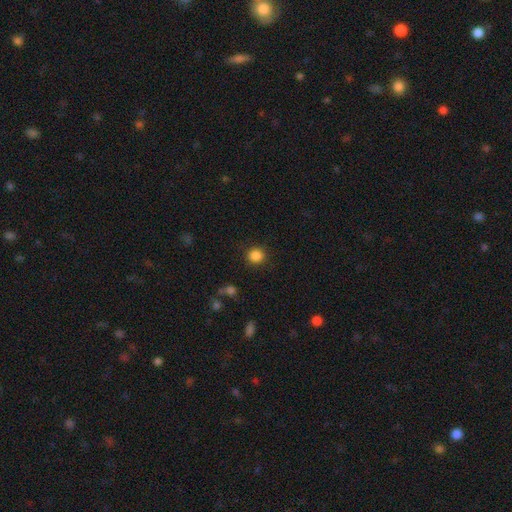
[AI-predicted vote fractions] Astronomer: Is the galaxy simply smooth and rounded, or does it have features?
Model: smooth — 86%.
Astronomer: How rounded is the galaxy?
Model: round — 89%.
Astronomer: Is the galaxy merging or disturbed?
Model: none — 89%.